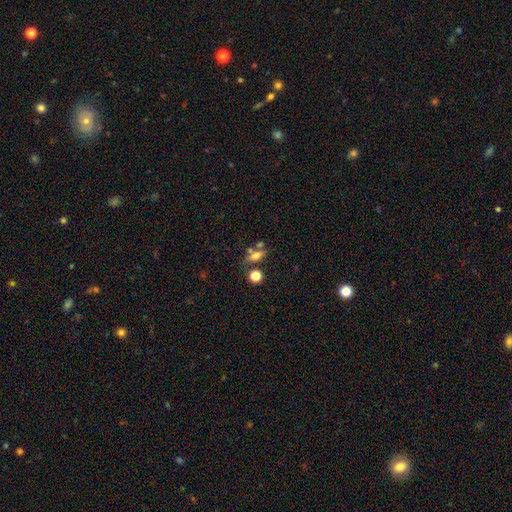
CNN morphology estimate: A smooth galaxy with no disk features (59%) that is in between round and cigar-shaped (57%). Merging: none (56%).